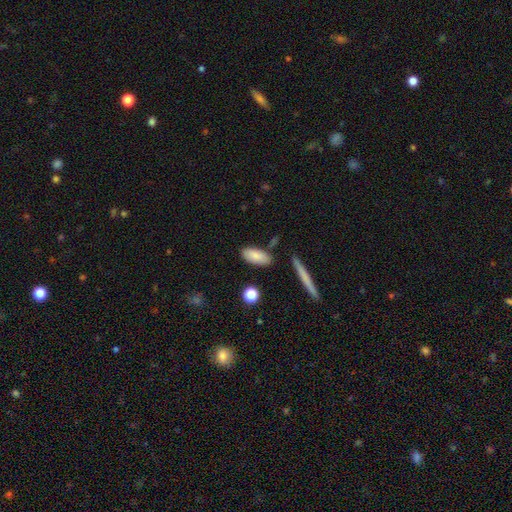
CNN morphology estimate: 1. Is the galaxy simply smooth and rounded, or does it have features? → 83% smooth, 10% featured or disk, 7% star or artifact.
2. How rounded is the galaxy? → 84% in between, 13% cigar-shaped, 3% round.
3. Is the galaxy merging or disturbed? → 79% none, 13% minor disturbance, 5% merger, 3% major disturbance.